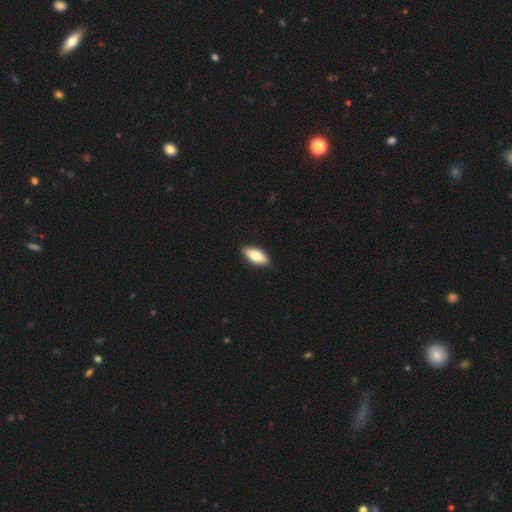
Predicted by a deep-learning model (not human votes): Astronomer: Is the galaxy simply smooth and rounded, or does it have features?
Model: smooth — 78%.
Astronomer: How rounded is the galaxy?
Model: in between — 81%.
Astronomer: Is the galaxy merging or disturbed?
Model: none — 89%.